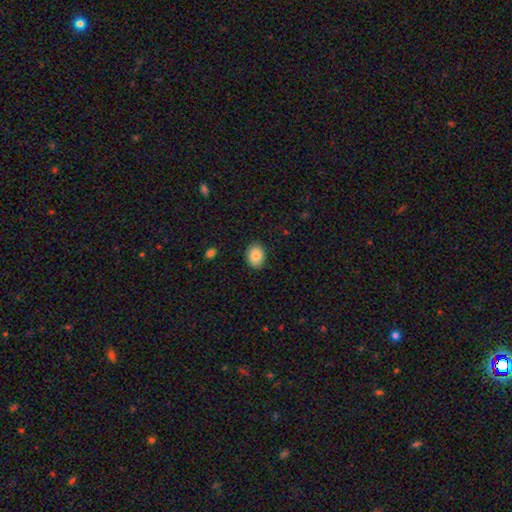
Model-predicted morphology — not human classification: Smooth or featured? Predicted: smooth (p=0.85). How rounded? Predicted: in between (p=0.67). Merging? Predicted: none (p=0.88).